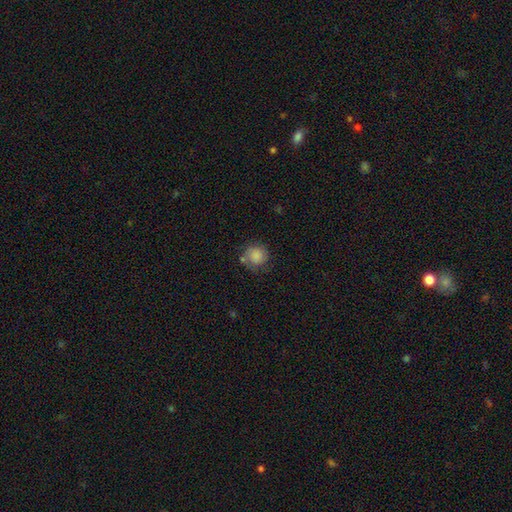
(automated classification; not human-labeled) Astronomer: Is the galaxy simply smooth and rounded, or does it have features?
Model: smooth — 82%.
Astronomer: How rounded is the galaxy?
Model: round — 90%.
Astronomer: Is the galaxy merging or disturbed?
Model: none — 67%.